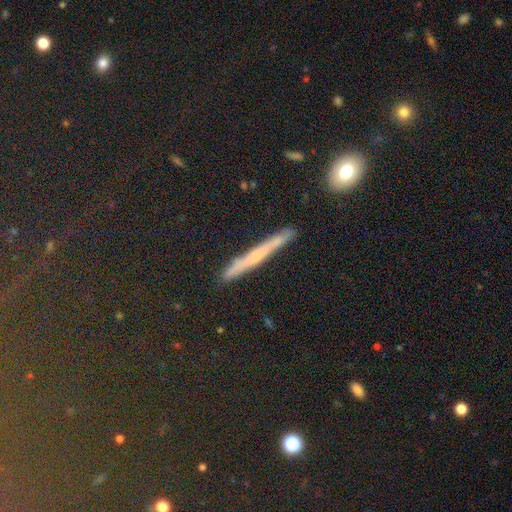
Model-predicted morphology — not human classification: smooth_or_featured: smooth (p=0.39) [alt: featured or disk p=0.33]
merging: none (p=0.84) [alt: minor disturbance p=0.10]